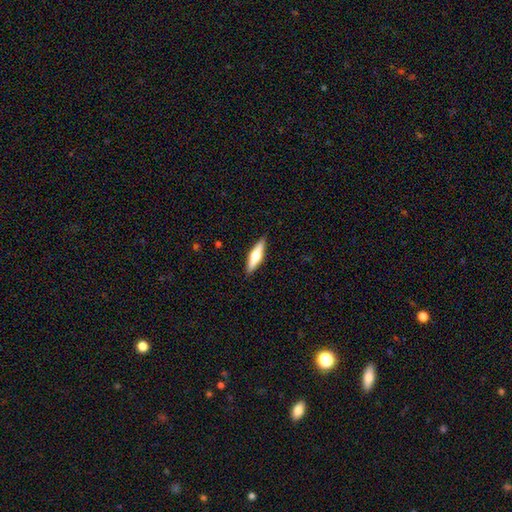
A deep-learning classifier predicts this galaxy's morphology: This appears to be a featured or disk galaxy (50%) viewed edge-on (96%). Merging: none (90%).